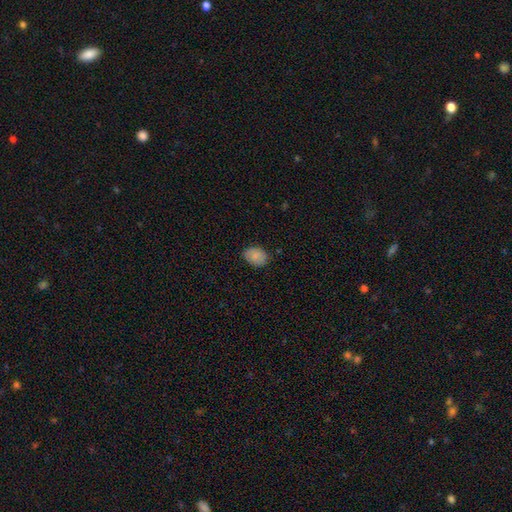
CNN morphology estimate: A smooth galaxy with no disk features (84%) that is in between round and cigar-shaped (72%).

Vote fractions:
- Smooth or featured? smooth: 84% / featured or disk: 8% / star or artifact: 8%
- How rounded? in between: 72% / round: 28% / cigar-shaped: 1%
- Merging? none: 80% / minor disturbance: 16% / major disturbance: 3% / merger: 1%